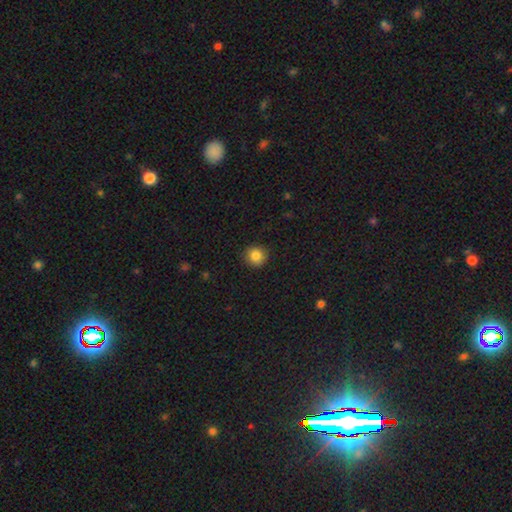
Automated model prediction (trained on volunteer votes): A smooth galaxy with no disk features (85%) that is round (92%).

Vote fractions:
- Smooth or featured? smooth: 85% / star or artifact: 10% / featured or disk: 5%
- How rounded? round: 92% / in between: 8% / cigar-shaped: 1%
- Merging? none: 90% / minor disturbance: 7% / major disturbance: 2% / merger: 1%